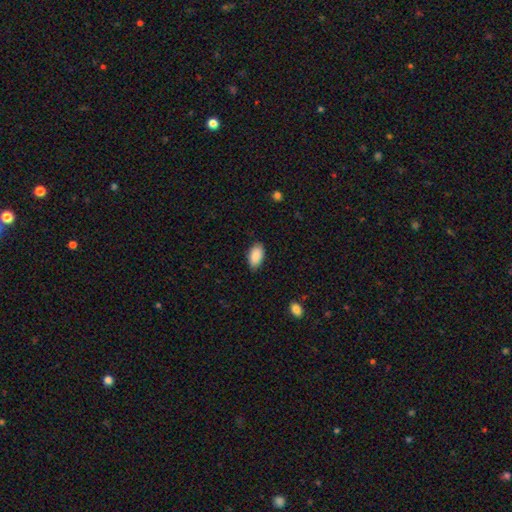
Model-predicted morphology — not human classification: type=smooth (89%); roundness=in between (94%); merging=none (83%).